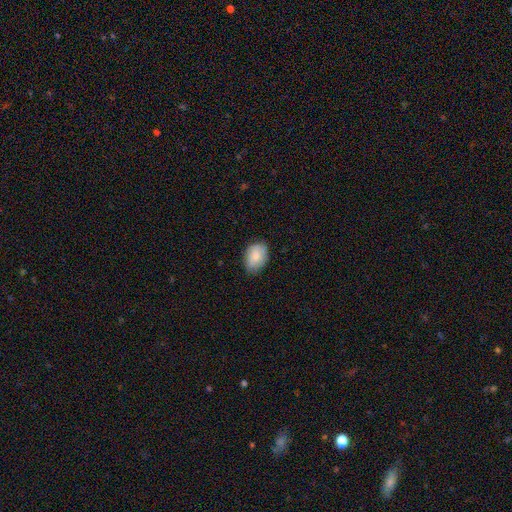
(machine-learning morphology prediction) Smooth or featured?
  - smooth: 82% *
  - featured or disk: 12%
  - star or artifact: 7%
How rounded?
  - in between: 81% *
  - round: 18%
  - cigar-shaped: 1%
Merging?
  - none: 77% *
  - minor disturbance: 19%
  - major disturbance: 3%
  - merger: 1%